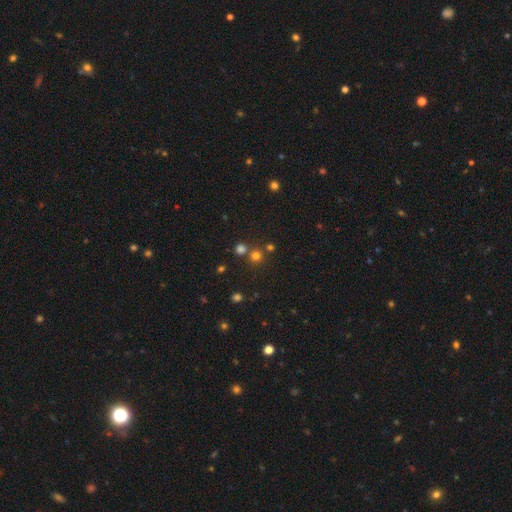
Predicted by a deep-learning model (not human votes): Morphology: type=smooth (71%); roundness=round (93%); merging=none (72%).